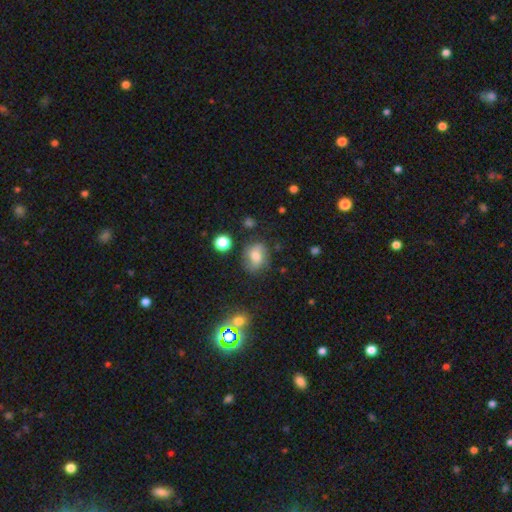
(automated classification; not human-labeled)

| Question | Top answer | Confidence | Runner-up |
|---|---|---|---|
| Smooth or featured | smooth | 63% | featured or disk (25%) |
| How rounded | in between | 50% | round (49%) |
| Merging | none | 66% | minor disturbance (22%) |